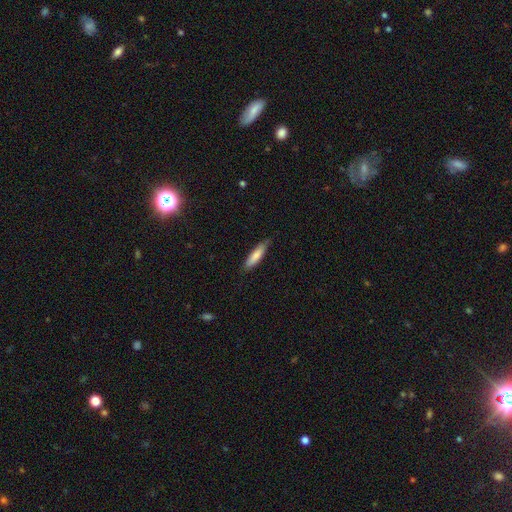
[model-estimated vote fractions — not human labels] Smooth or featured?
  - smooth: 80% *
  - featured or disk: 15%
  - star or artifact: 6%
How rounded?
  - cigar-shaped: 75% *
  - in between: 24%
  - round: 1%
Merging?
  - none: 80% *
  - minor disturbance: 17%
  - major disturbance: 2%
  - merger: 1%